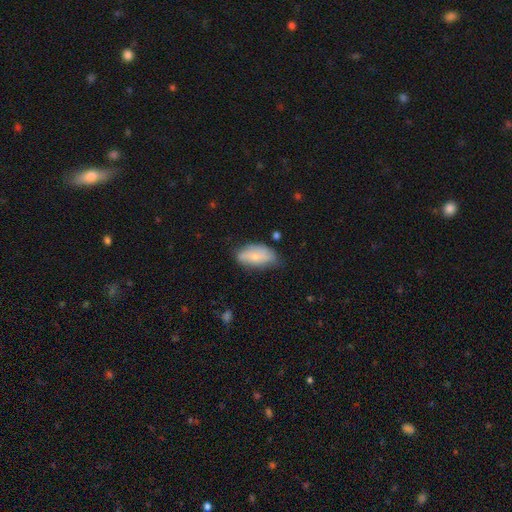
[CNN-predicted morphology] This is likely a smooth galaxy (69%). How rounded: clearly in between (91%). Merging: possibly none (55%).